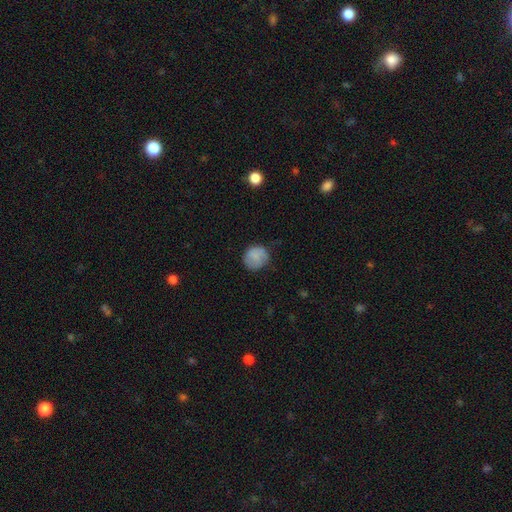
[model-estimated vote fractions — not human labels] smooth_or_featured: smooth (p=0.78) [alt: featured or disk p=0.14]
how_rounded: round (p=0.83) [alt: in between p=0.16]
merging: none (p=0.68) [alt: minor disturbance p=0.24]